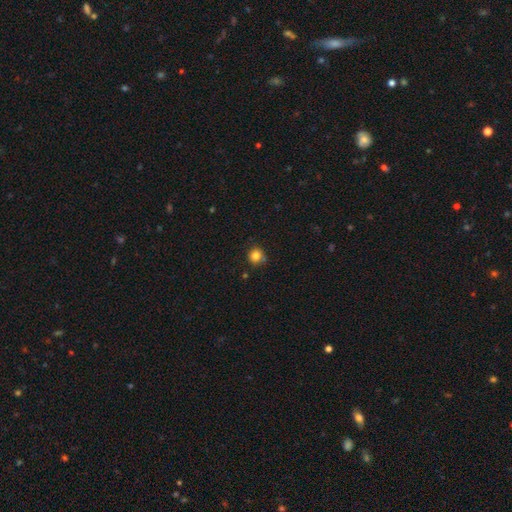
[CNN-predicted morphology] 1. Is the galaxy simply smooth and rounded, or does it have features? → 83% smooth, 12% star or artifact, 6% featured or disk.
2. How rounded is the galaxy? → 91% round, 8% in between, 1% cigar-shaped.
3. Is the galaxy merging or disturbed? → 81% none, 13% minor disturbance, 3% merger, 3% major disturbance.